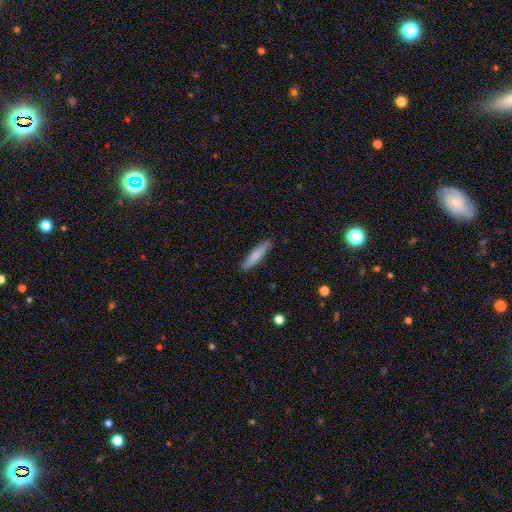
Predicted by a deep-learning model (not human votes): This is likely a smooth galaxy (78%). How rounded: clearly cigar-shaped (83%). Merging: clearly none (88%).